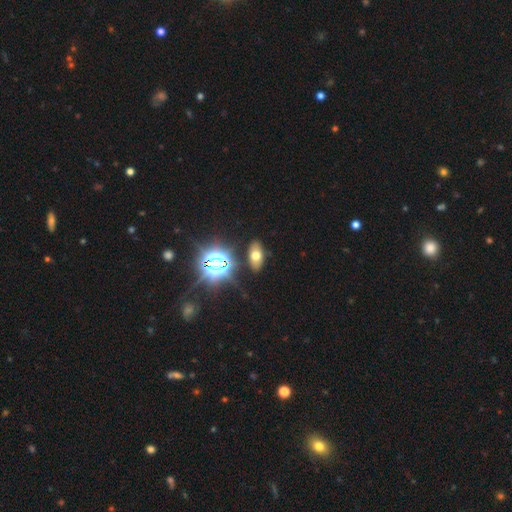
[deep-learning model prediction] Smooth or featured? Predicted: smooth (p=0.52). How rounded? Predicted: in between (p=0.88). Merging? Predicted: none (p=0.85).